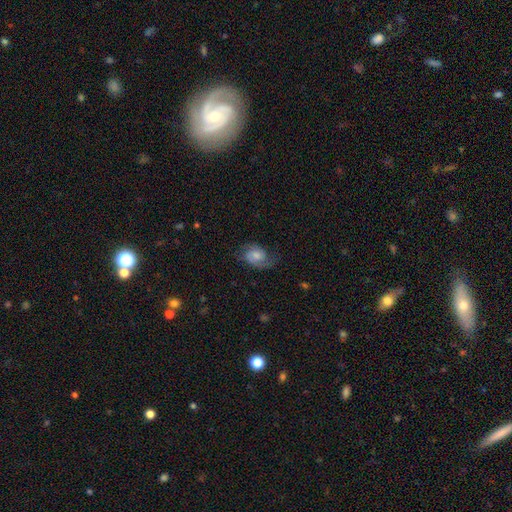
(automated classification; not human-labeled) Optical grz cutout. It shows a featured or disk galaxy (56%) with no bar (57%), spiral arms (90%) and a moderate central bulge (42%). Merging: none (60%).